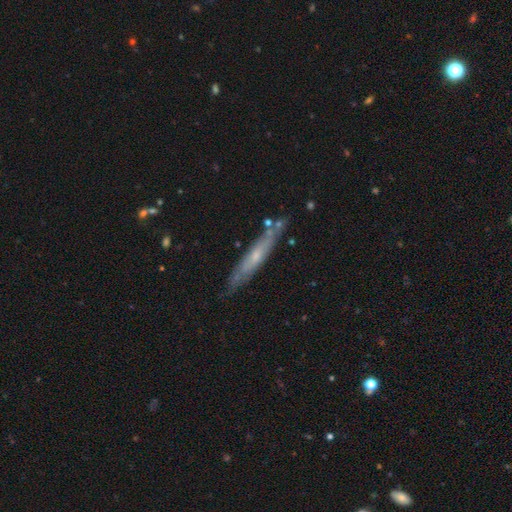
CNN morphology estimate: Smooth or featured: featured or disk — 57% (smooth — 37%)
Edge-on disk: yes — 76% (no — 24%)
Merging: none — 77% (minor disturbance — 16%)